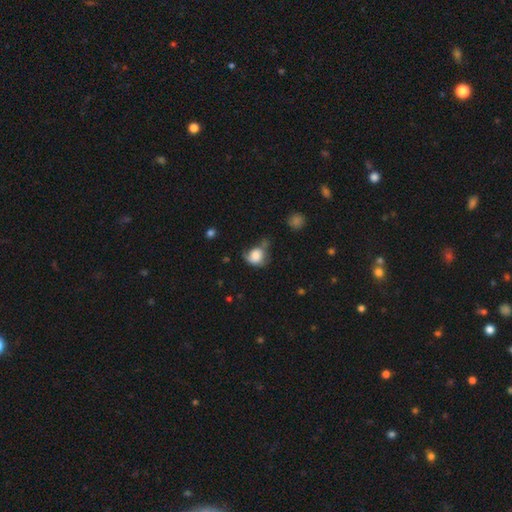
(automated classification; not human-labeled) smooth 69%, featured or disk 22%, star or artifact 9%. Down the decision tree: how rounded — round (65%); merging — minor disturbance (31%, tied with none).